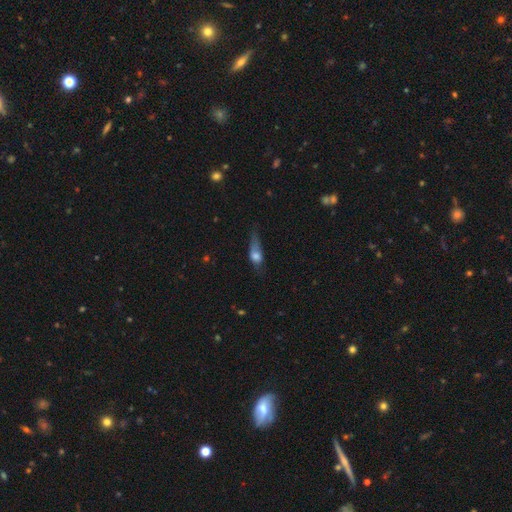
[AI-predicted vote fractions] This appears to be a smooth galaxy with no disk features (64%) that is in between round and cigar-shaped (61%). Merging: major disturbance (39%).